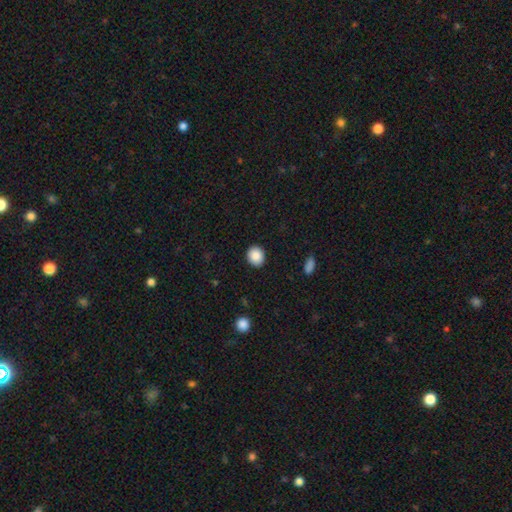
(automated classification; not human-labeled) Smooth or featured? Predicted: smooth (p=0.89). How rounded? Predicted: round (p=0.67). Merging? Predicted: none (p=0.90).